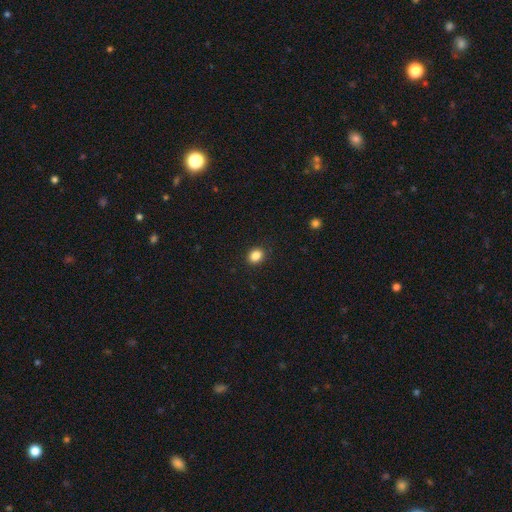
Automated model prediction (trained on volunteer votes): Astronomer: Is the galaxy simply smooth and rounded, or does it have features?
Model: smooth — 86%.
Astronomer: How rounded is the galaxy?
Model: round — 57% (runner-up: in between, 42%).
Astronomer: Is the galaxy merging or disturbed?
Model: none — 90%.